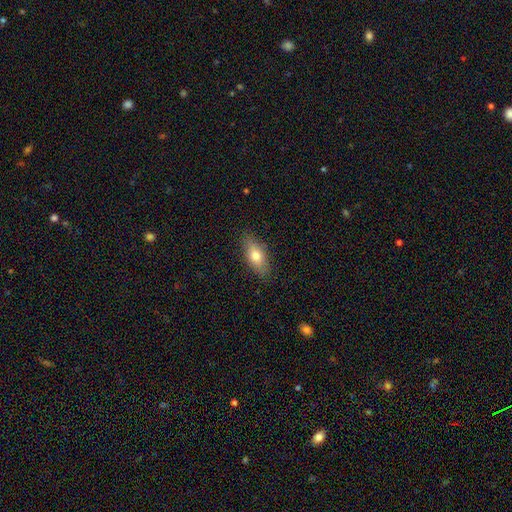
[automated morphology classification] A smooth galaxy with no disk features (73%) that is in between round and cigar-shaped (80%).

Vote fractions:
- Smooth or featured? smooth: 73% / featured or disk: 20% / star or artifact: 7%
- How rounded? in between: 80% / cigar-shaped: 15% / round: 4%
- Merging? none: 85% / minor disturbance: 12% / major disturbance: 2% / merger: 1%